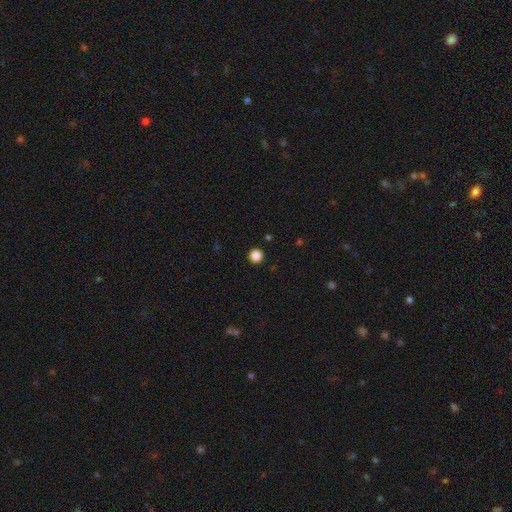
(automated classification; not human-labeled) smooth_or_featured: smooth (p=0.86) [alt: star or artifact p=0.12]
how_rounded: round (p=0.96) [alt: in between p=0.03]
merging: none (p=0.93) [alt: minor disturbance p=0.04]